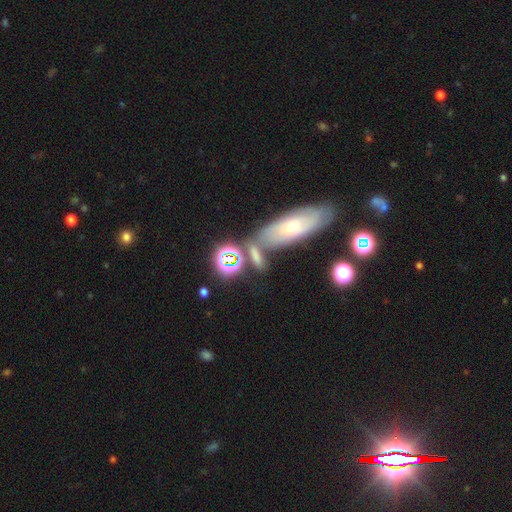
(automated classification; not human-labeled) Smooth or featured?
  - smooth: 59% *
  - star or artifact: 25%
  - featured or disk: 16%
How rounded?
  - in between: 57% *
  - cigar-shaped: 30%
  - round: 14%
Merging?
  - none: 48% *
  - merger: 32%
  - minor disturbance: 13%
  - major disturbance: 8%